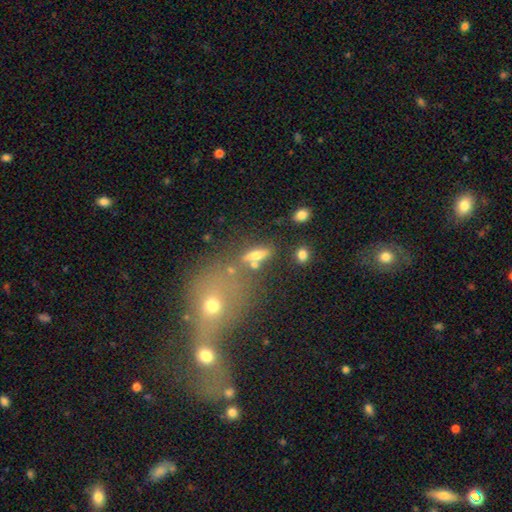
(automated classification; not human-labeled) The model was most divided on "how rounded": in between: 46%, cigar-shaped: 41%, round: 13%. More confident: merging — none (64%); smooth or featured — smooth (53%).